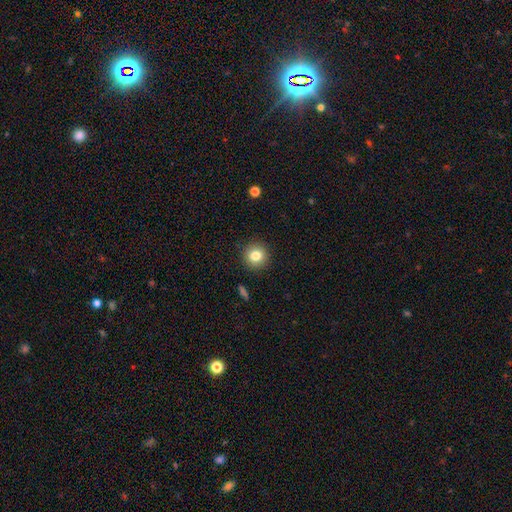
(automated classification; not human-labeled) Smooth or featured? Predicted: smooth (p=0.81). How rounded? Predicted: round (p=0.92). Merging? Predicted: none (p=0.91).